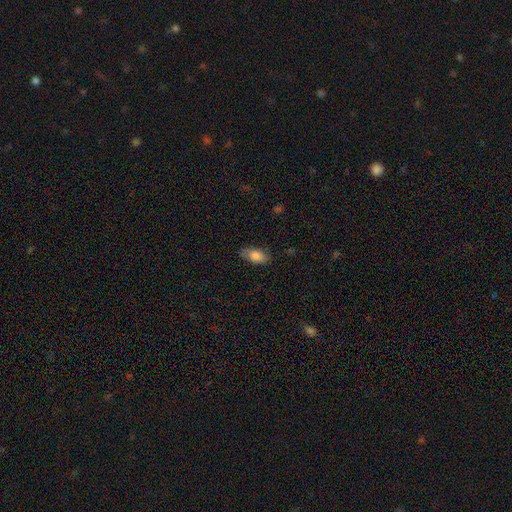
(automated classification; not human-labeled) Smooth or featured: smooth — 83% (featured or disk — 10%)
How rounded: in between — 89% (cigar-shaped — 8%)
Merging: none — 80% (minor disturbance — 15%)